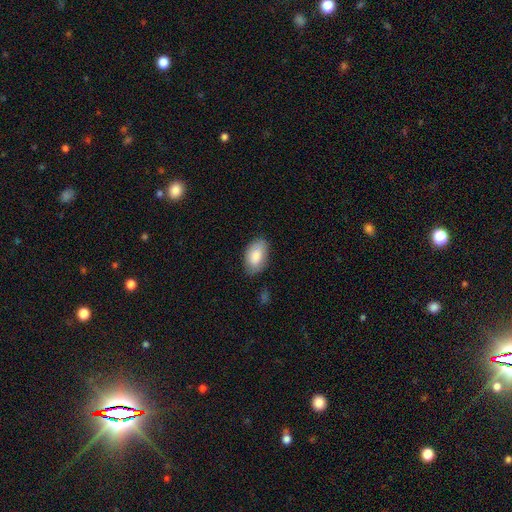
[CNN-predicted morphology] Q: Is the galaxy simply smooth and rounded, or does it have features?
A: smooth — 86%.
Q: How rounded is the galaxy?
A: in between — 94%.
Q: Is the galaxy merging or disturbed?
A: none — 78%.